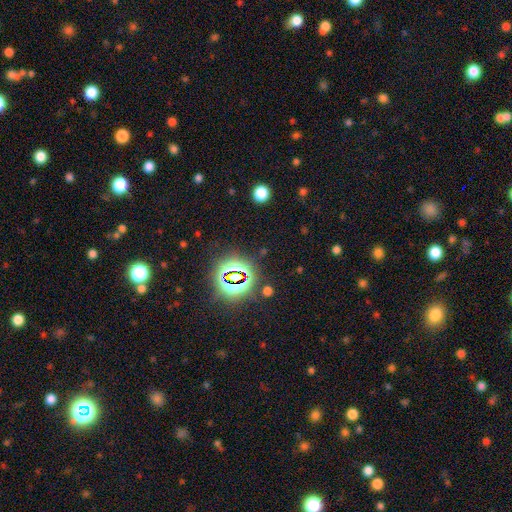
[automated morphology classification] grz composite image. It shows a star or artifact, not a galaxy (77%).